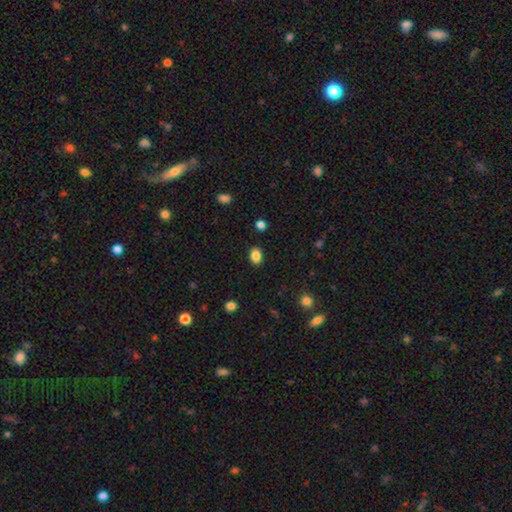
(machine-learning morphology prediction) smooth-or-featured: smooth: 86% | star or artifact: 10% | featured or disk: 4%
  how-rounded: in between: 74% | round: 25% | cigar-shaped: 1%
  merging: none: 88% | minor disturbance: 8% | major disturbance: 2% | merger: 1%